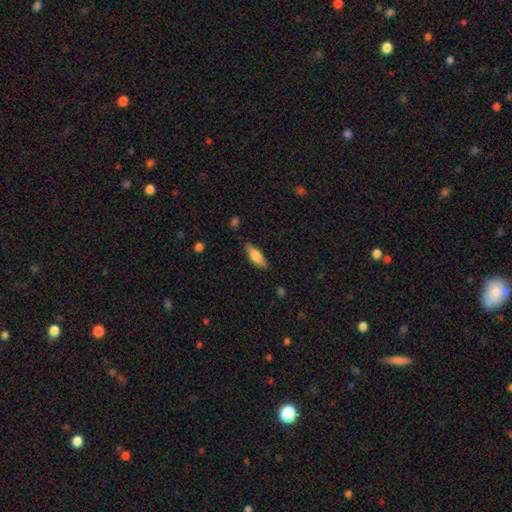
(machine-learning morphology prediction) smooth-or-featured: smooth: 75% | featured or disk: 19% | star or artifact: 6%
  how-rounded: in between: 67% | cigar-shaped: 31% | round: 2%
  merging: none: 80% | minor disturbance: 16% | major disturbance: 3% | merger: 1%